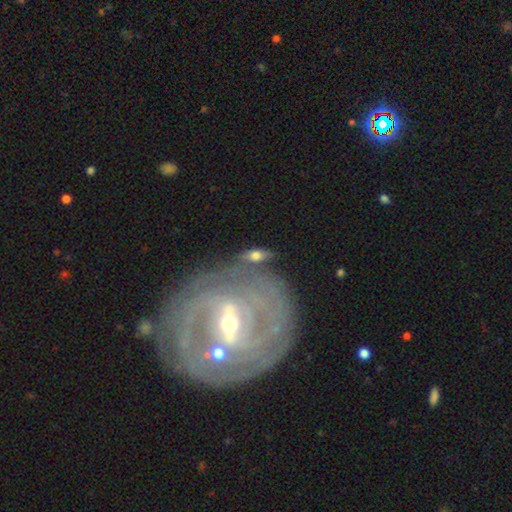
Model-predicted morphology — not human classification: Smooth or featured? Predicted: smooth (p=0.48). Merging? Predicted: none (p=0.64).